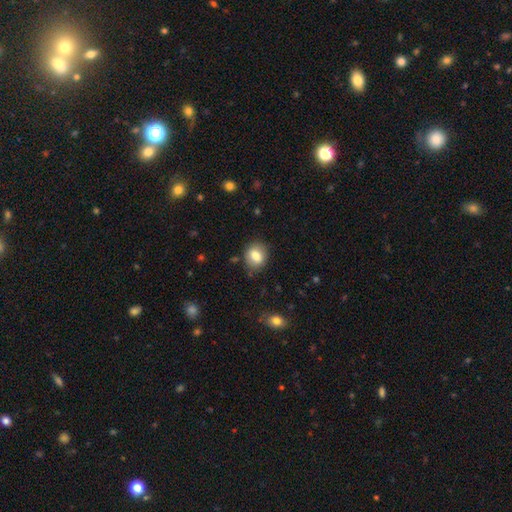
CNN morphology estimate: This appears to be a smooth galaxy with no disk features (79%) that is round (60%). Merging: none (81%).